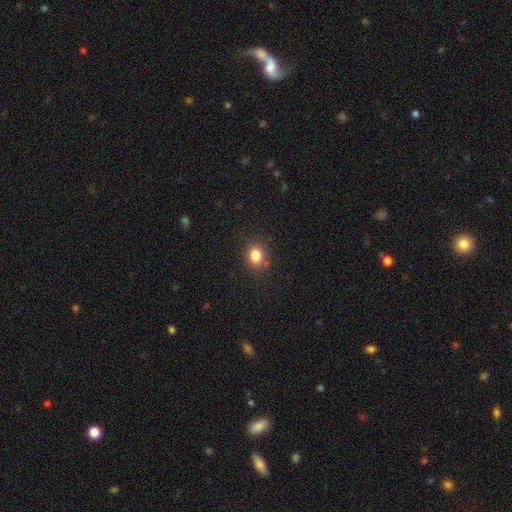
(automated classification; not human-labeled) A smooth galaxy with no disk features (83%) that is round (66%).

Vote fractions:
- Smooth or featured? smooth: 83% / star or artifact: 12% / featured or disk: 5%
- How rounded? round: 66% / in between: 33% / cigar-shaped: 1%
- Merging? none: 79% / minor disturbance: 13% / major disturbance: 4% / merger: 4%